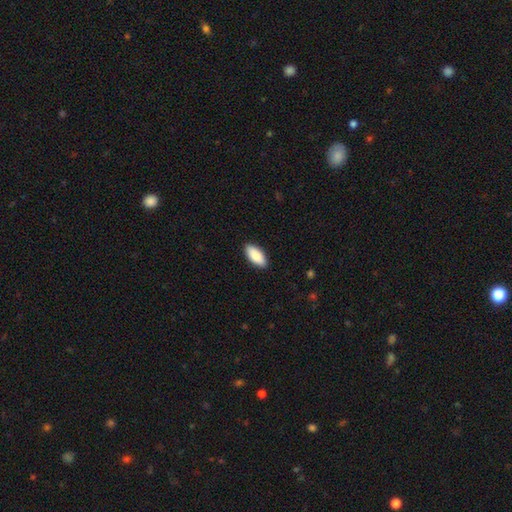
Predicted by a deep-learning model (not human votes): smooth_or_featured: smooth (p=0.89) [alt: featured or disk p=0.06]
how_rounded: in between (p=0.89) [alt: cigar-shaped p=0.10]
merging: none (p=0.90) [alt: minor disturbance p=0.07]